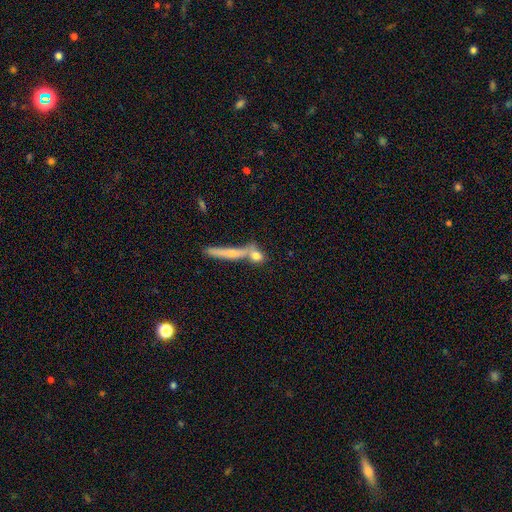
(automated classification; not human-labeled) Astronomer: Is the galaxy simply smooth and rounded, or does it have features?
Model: smooth — 70%.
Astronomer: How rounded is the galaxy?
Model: round — 48% (runner-up: cigar-shaped, 28%).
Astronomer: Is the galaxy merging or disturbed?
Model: none — 53% (runner-up: merger, 33%).